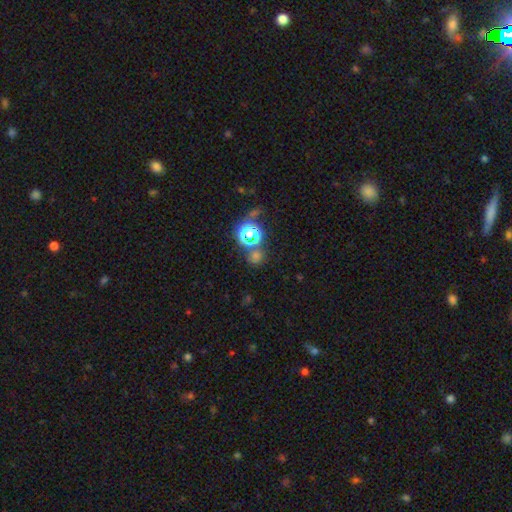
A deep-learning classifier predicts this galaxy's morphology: This is possibly a smooth galaxy (48%). Merging: likely none (69%).